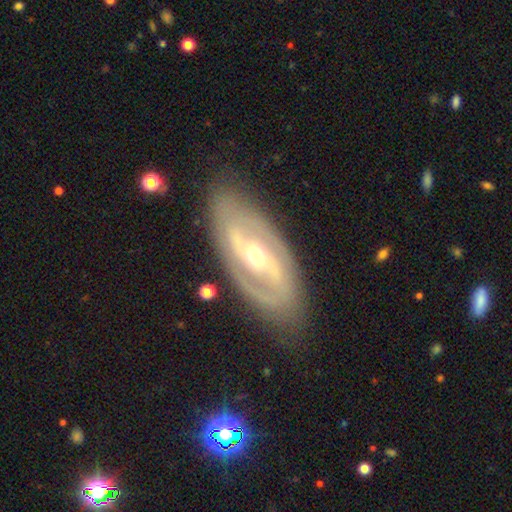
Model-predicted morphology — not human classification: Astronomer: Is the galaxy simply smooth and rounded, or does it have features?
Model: featured or disk — 85%.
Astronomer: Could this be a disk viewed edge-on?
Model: no — 92%.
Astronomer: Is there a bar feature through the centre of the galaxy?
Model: strong — 42% (runner-up: weak, 35%).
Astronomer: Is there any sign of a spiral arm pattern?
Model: yes — 83%.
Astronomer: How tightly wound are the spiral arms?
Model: tight — 42%, tied with medium at 42%.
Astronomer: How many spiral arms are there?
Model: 2 — 81%.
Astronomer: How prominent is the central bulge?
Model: moderate — 53% (runner-up: small, 43%).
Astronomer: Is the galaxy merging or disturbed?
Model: none — 81%.